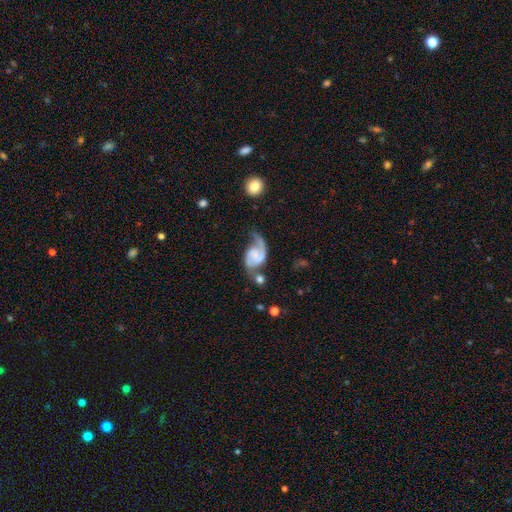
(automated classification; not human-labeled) featured or disk 78%, smooth 16%, star or artifact 6%. Down the decision tree: edge-on disk — no (98%); bar — no (59%); spiral arms — yes (94%); spiral arm count — 2 (73%); spiral winding — loose (46%); bulge size — none (46%); merging — none (35%).